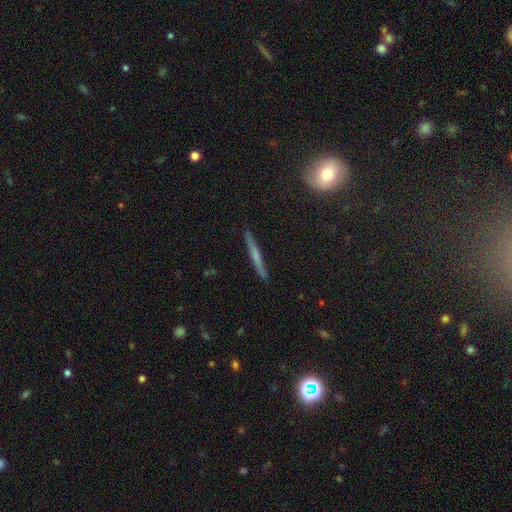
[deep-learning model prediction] Overall: featured or disk (47%; smooth 45%). Merging: none (90%).